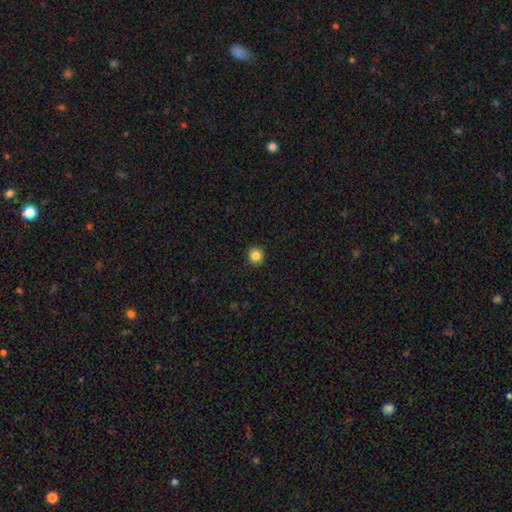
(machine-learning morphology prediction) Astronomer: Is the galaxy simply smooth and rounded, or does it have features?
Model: smooth — 84%.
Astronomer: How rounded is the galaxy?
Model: round — 95%.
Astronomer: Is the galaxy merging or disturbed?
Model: none — 94%.